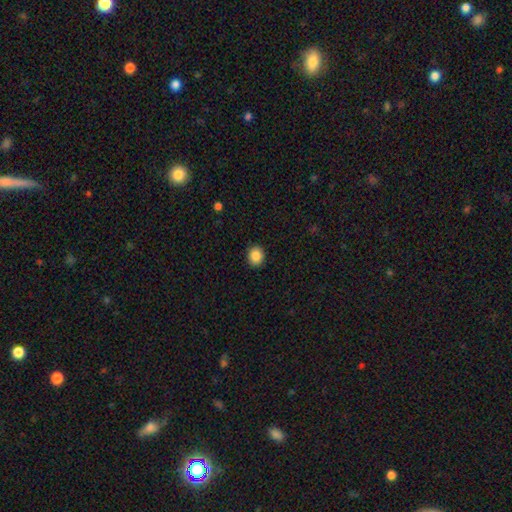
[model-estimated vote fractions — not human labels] This is clearly a smooth galaxy (87%). How rounded: likely round (69%). Merging: clearly none (91%).